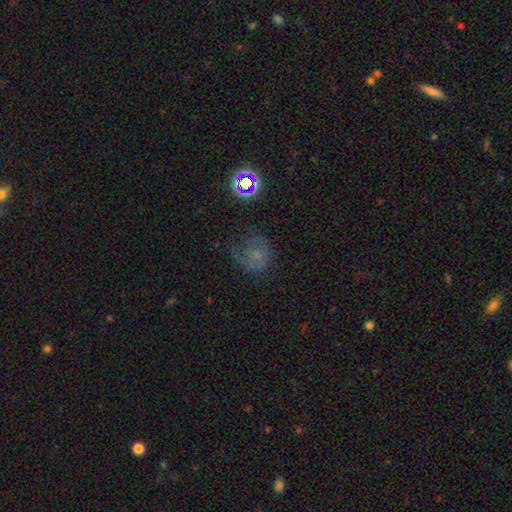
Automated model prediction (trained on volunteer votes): This is marginally a smooth galaxy (41%). Merging: marginally none (44%).